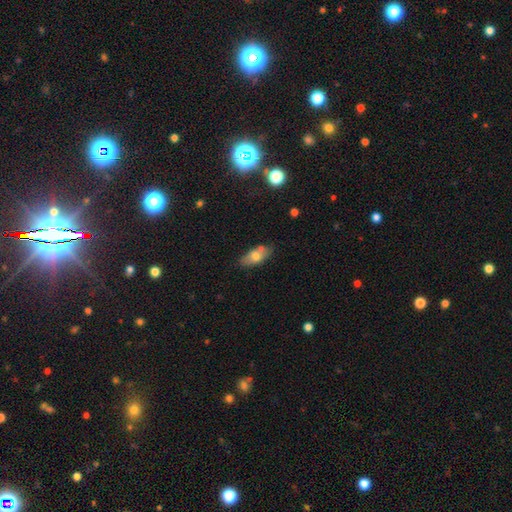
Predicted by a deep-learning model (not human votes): smooth-or-featured: smooth: 68% | featured or disk: 24% | star or artifact: 8%
  how-rounded: in between: 83% | cigar-shaped: 13% | round: 4%
  merging: none: 68% | minor disturbance: 17% | merger: 11% | major disturbance: 4%